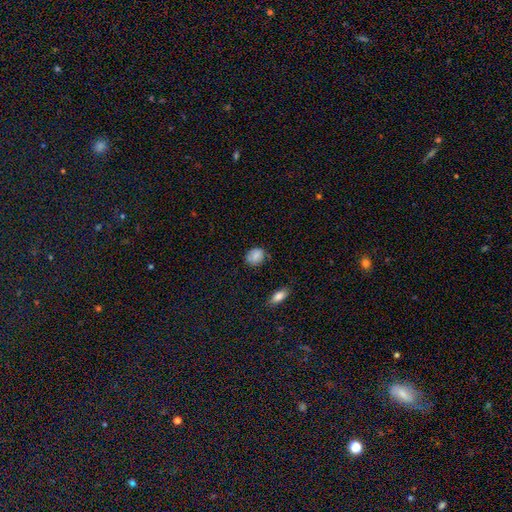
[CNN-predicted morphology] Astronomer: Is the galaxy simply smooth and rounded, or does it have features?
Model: smooth — 83%.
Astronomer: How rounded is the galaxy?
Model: round — 61% (runner-up: in between, 37%).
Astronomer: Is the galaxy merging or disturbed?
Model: none — 78%.